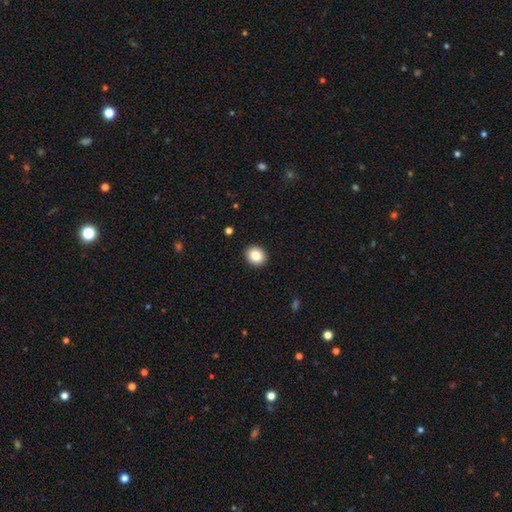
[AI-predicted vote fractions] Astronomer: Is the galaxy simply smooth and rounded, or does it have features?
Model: smooth — 85%.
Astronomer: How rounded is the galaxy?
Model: round — 69%.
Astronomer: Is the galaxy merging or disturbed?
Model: none — 92%.